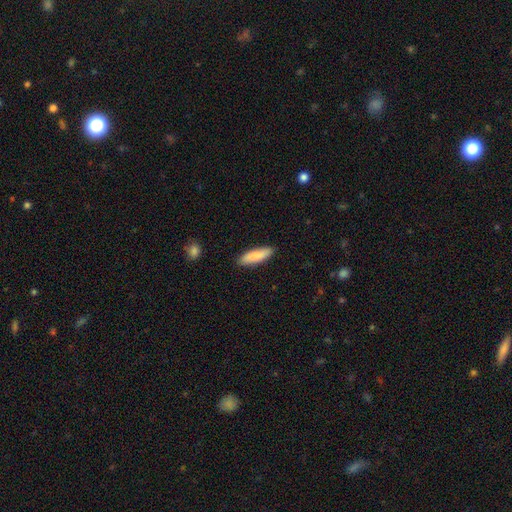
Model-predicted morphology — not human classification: Smooth or featured? smooth (85%)
How rounded? cigar-shaped (58%)
Merging? none (88%)